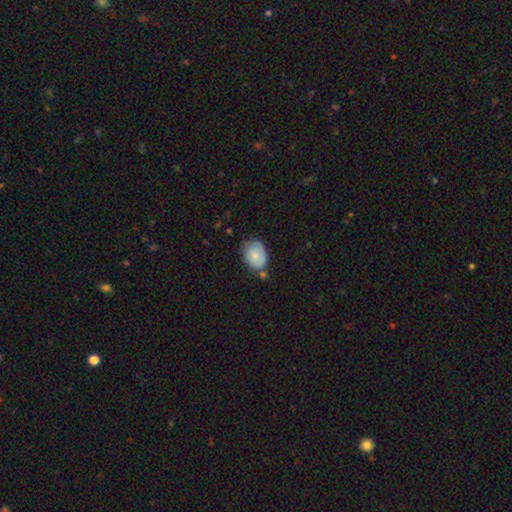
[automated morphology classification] Smooth or featured? smooth (74%)
How rounded? in between (70%)
Merging? none (56%)